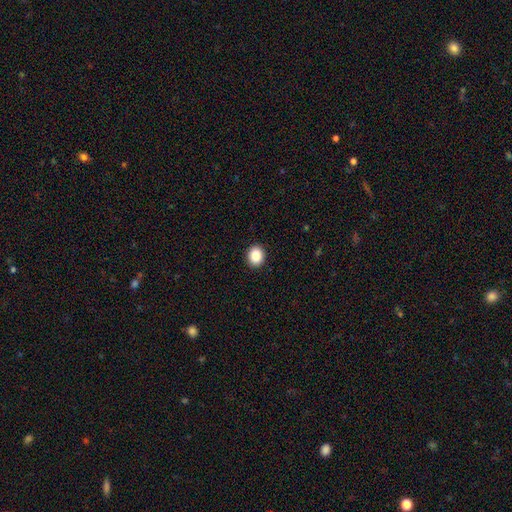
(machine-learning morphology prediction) smooth_or_featured: smooth (p=0.87) [alt: star or artifact p=0.09]
how_rounded: round (p=0.63) [alt: in between p=0.36]
merging: none (p=0.92) [alt: minor disturbance p=0.05]